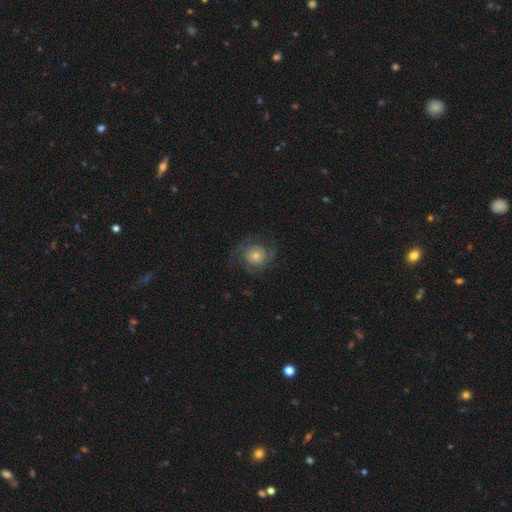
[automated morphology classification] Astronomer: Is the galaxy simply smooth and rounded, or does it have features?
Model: featured or disk — 57%.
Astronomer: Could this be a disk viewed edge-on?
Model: no — 97%.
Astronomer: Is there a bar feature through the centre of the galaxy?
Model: no — 80%.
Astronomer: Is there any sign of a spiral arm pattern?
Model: yes — 85%.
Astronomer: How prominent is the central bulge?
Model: moderate — 44% (runner-up: small, 40%).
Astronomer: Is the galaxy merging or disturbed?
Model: none — 70%.